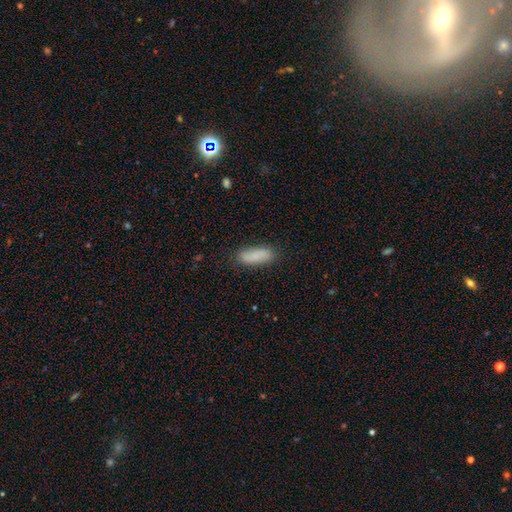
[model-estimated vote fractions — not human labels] smooth 84%, featured or disk 10%, star or artifact 7%. Down the decision tree: how rounded — in between (64%); merging — none (83%).